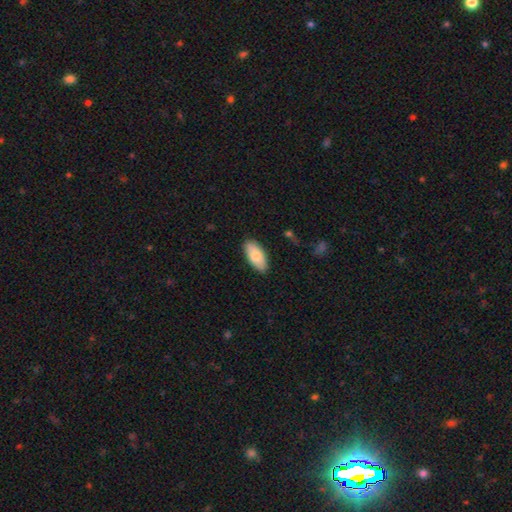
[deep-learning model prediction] The model was most divided on "smooth or featured": smooth: 80%, featured or disk: 15%, star or artifact: 6%. More confident: how rounded — in between (91%); merging — none (86%).